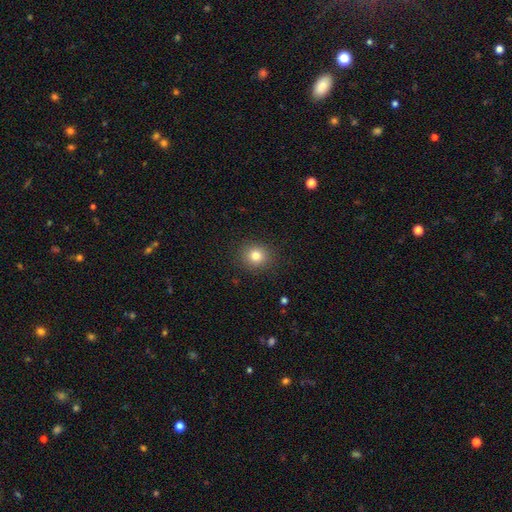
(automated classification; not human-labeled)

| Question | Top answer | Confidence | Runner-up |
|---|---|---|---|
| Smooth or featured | smooth | 80% | star or artifact (12%) |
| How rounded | round | 85% | in between (14%) |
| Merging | none | 90% | minor disturbance (7%) |